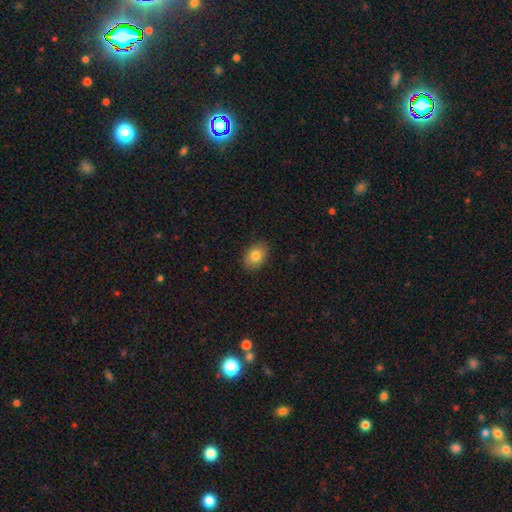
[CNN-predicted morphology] type=smooth (82%); roundness=in between (78%); merging=none (88%).